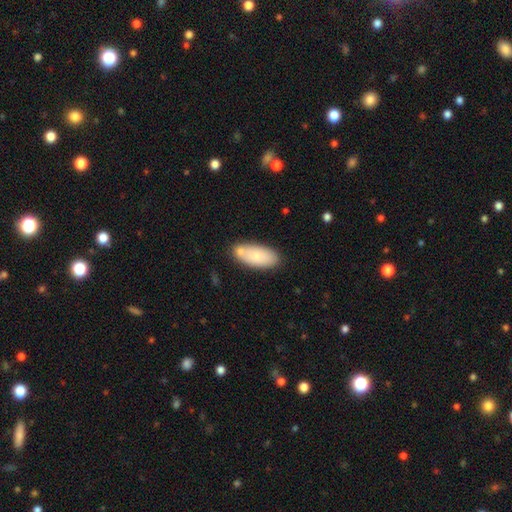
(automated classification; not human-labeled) Q: Smooth or featured?
A: smooth (73%); runner-up: featured or disk (20%)
Q: How rounded?
A: in between (88%); runner-up: cigar-shaped (10%)
Q: Merging?
A: none (66%); runner-up: minor disturbance (16%)